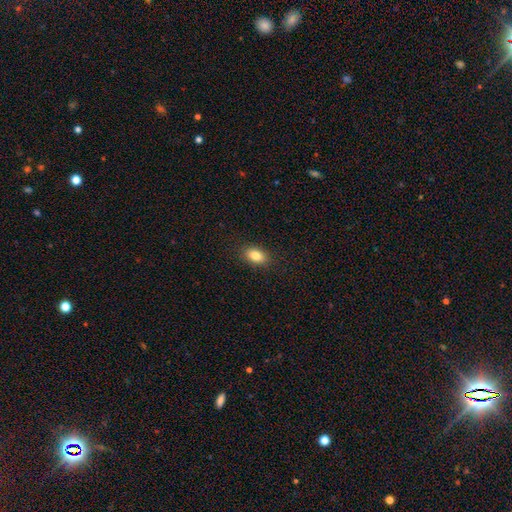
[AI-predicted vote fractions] smooth_or_featured: smooth (p=0.84) [alt: star or artifact p=0.09]
how_rounded: in between (p=0.84) [alt: round p=0.13]
merging: none (p=0.89) [alt: minor disturbance p=0.08]